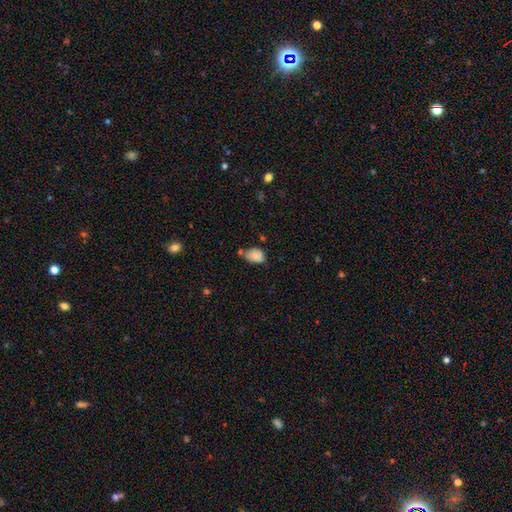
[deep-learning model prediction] This appears to be a smooth galaxy with no disk features (81%) that is in between round and cigar-shaped (79%). Merging: none (49%).